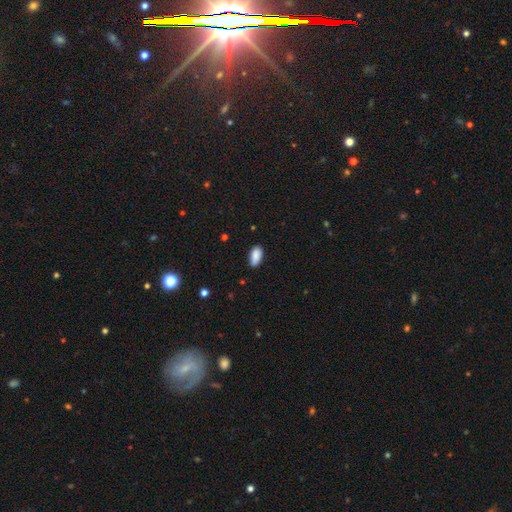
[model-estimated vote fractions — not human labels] smooth 89%, star or artifact 7%, featured or disk 4%. Down the decision tree: how rounded — in between (92%); merging — none (82%).